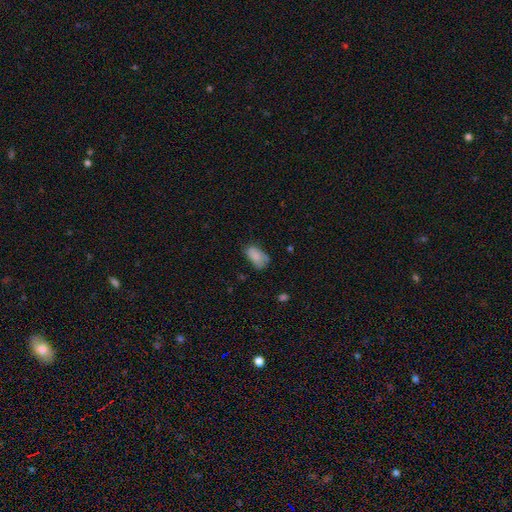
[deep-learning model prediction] A smooth galaxy with no disk features (81%) that is in between round and cigar-shaped (92%).

Vote fractions:
- Smooth or featured? smooth: 81% / featured or disk: 10% / star or artifact: 8%
- How rounded? in between: 92% / round: 6% / cigar-shaped: 2%
- Merging? none: 55% / minor disturbance: 32% / major disturbance: 11% / merger: 3%